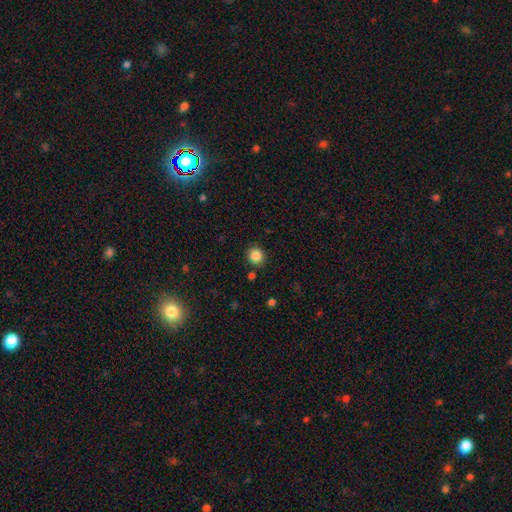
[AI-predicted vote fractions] Overall: smooth (86%). How rounded: round (85%). Merging: none (86%).